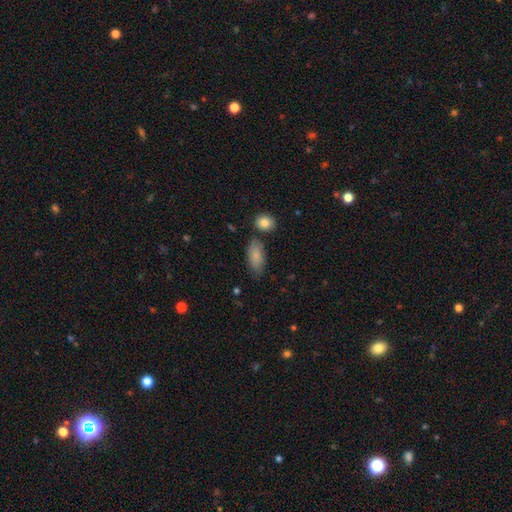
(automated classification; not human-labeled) Q: Smooth or featured?
A: smooth (84%); runner-up: featured or disk (9%)
Q: How rounded?
A: in between (90%); runner-up: cigar-shaped (6%)
Q: Merging?
A: none (69%); runner-up: minor disturbance (20%)